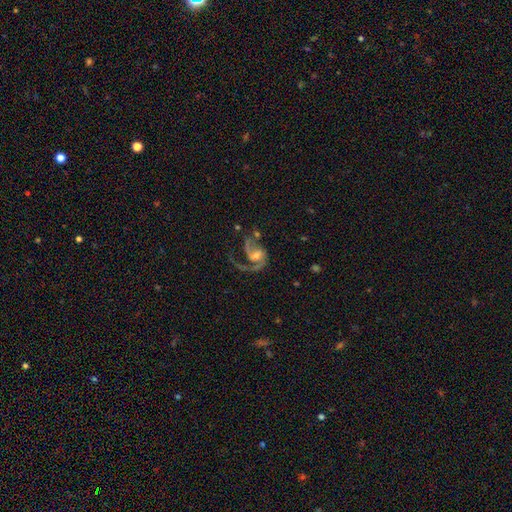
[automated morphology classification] A featured or disk galaxy (85%) with a weak bar (47%), 2 (62%) medium (46%) spiral arms (95%) and a moderate central bulge (39%).

Vote fractions:
- Smooth or featured? featured or disk: 85% / smooth: 8% / star or artifact: 7%
- Edge-on disk? no: 98% / yes: 2%
- Bar? weak: 47% / no: 37% / strong: 15%
- Spiral arms? yes: 95% / no: 5%
- Spiral winding? medium: 46% / loose: 43% / tight: 11%
- Spiral arm count? 2: 62% / 1: 29% / can't tell: 4% / 3: 3% / 4: 1% / more than 4: 1%
- Bulge size? moderate: 39% / small: 34% / none: 15% / large: 10% / dominant: 2%
- Merging? none: 39% / major disturbance: 37% / minor disturbance: 16% / merger: 7%